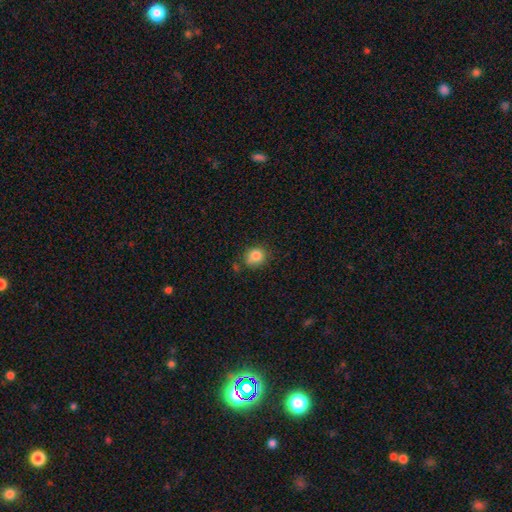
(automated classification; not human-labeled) A smooth galaxy with no disk features (84%) that is round (77%).

Vote fractions:
- Smooth or featured? smooth: 84% / star or artifact: 10% / featured or disk: 6%
- How rounded? round: 77% / in between: 23% / cigar-shaped: 1%
- Merging? none: 66% / minor disturbance: 21% / merger: 7% / major disturbance: 5%